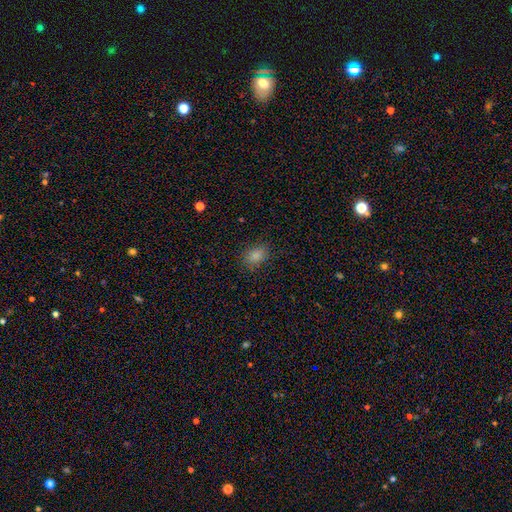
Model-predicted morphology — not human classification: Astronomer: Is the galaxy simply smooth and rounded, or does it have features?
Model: smooth — 84%.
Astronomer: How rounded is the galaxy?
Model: in between — 77%.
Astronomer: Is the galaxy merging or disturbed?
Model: none — 84%.